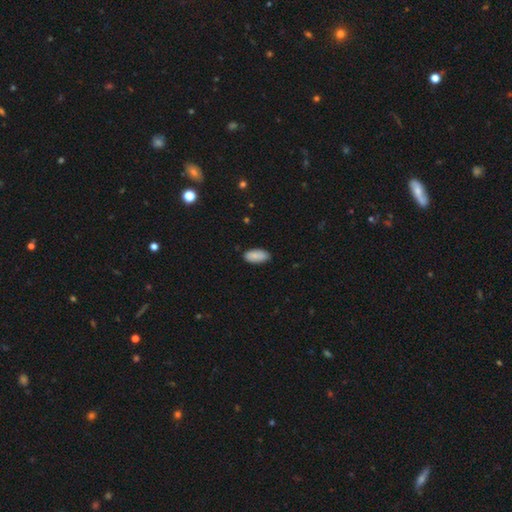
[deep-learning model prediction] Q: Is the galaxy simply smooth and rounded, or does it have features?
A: smooth — 87%.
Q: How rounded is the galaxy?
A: in between — 93%.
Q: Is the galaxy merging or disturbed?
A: none — 84%.